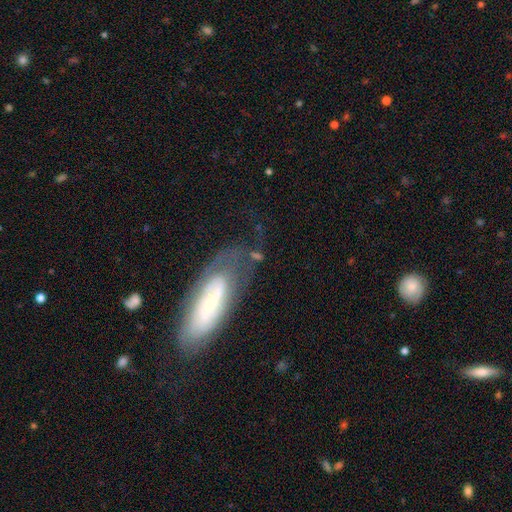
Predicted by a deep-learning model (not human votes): A featured or disk galaxy (46%). Merging: none (56%).